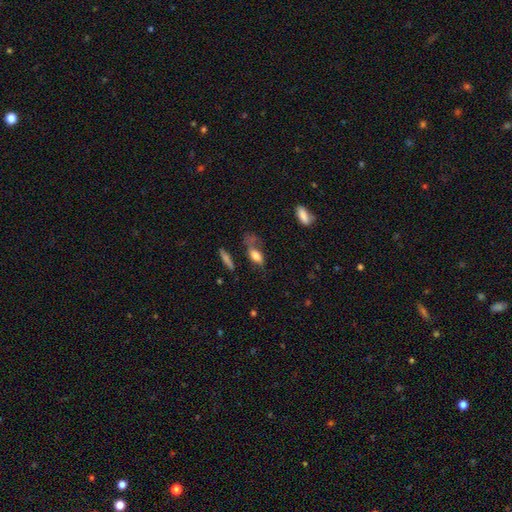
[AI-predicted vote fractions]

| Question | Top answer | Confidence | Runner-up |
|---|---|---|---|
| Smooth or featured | smooth | 69% | featured or disk (21%) |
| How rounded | in between | 77% | cigar-shaped (17%) |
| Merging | none | 38% | major disturbance (28%) |